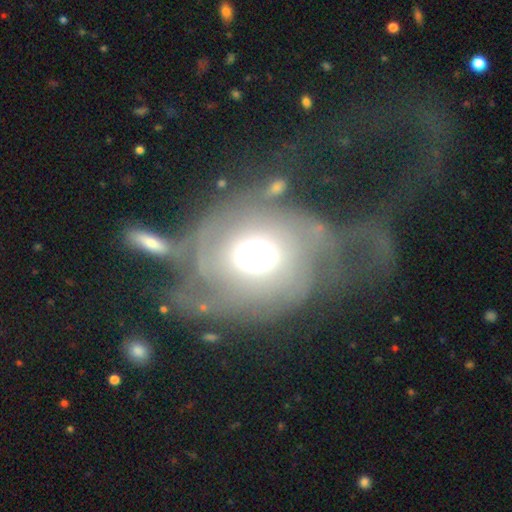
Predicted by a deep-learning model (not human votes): Smooth or featured?
  - featured or disk: 52% *
  - smooth: 36%
  - star or artifact: 12%
Edge-on disk?
  - no: 94% *
  - yes: 6%
Merging?
  - major disturbance: 34% *
  - none: 32%
  - merger: 17%
  - minor disturbance: 17%